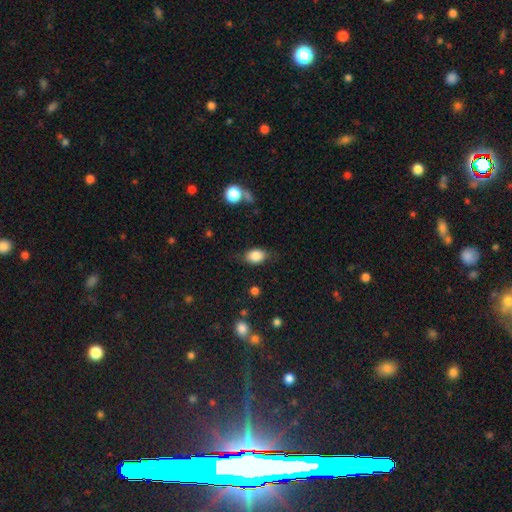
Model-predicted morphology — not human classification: A smooth galaxy with no disk features (83%) that is in between round and cigar-shaped (79%). Merging: none (73%).